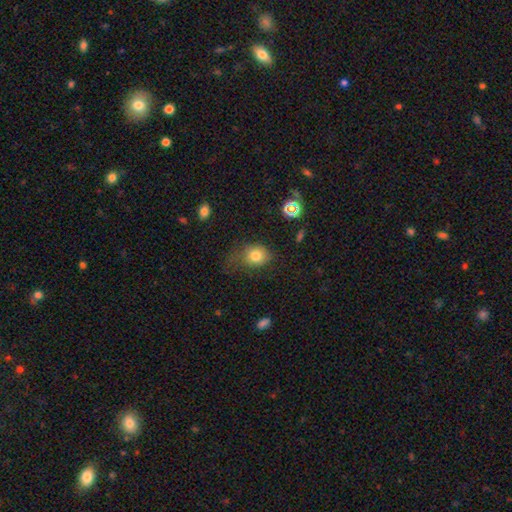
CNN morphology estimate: Smooth or featured? Predicted: smooth (p=0.78). How rounded? Predicted: round (p=0.58). Merging? Predicted: none (p=0.46).